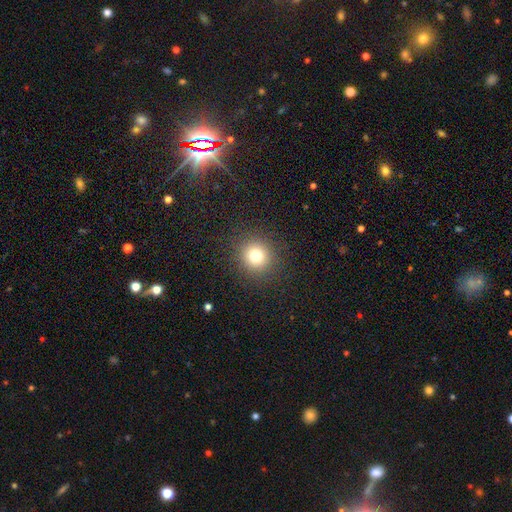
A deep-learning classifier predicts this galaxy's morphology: Smooth or featured: smooth — 77% (star or artifact — 15%)
How rounded: round — 92% (in between — 7%)
Merging: none — 90% (minor disturbance — 6%)